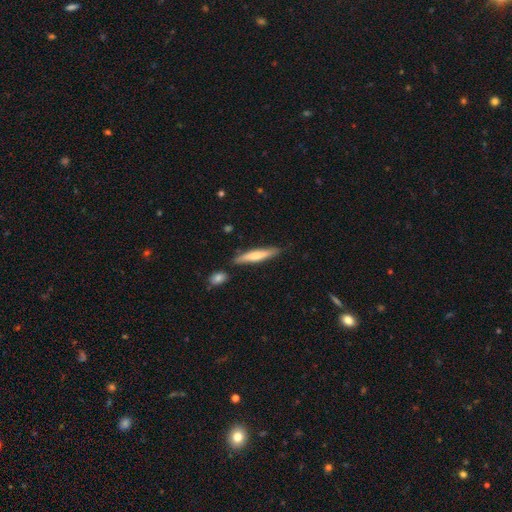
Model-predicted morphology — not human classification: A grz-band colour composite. It shows a smooth galaxy with no disk features (59%) that is cigar-shaped (88%). Merging: none (82%).